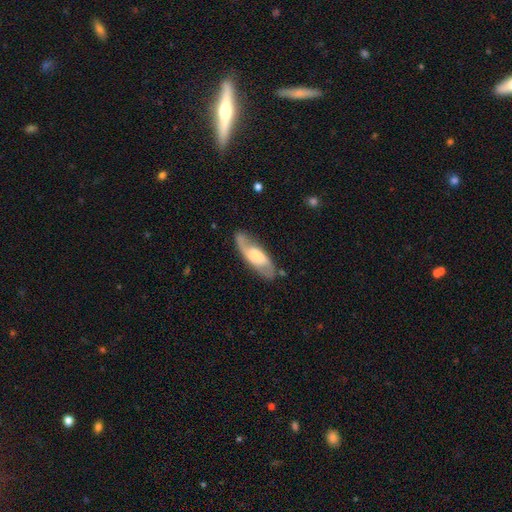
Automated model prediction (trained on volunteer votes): Smooth or featured: featured or disk — 69% (smooth — 26%)
Edge-on disk: no — 84% (yes — 16%)
Bar: no — 49% (weak — 40%)
Spiral arms: yes — 91% (no — 9%)
Spiral winding: loose — 45% (medium — 41%)
Spiral arm count: 2 — 86% (can't tell — 6%)
Bulge size: moderate — 46% (large — 28%)
Merging: none — 79% (minor disturbance — 14%)